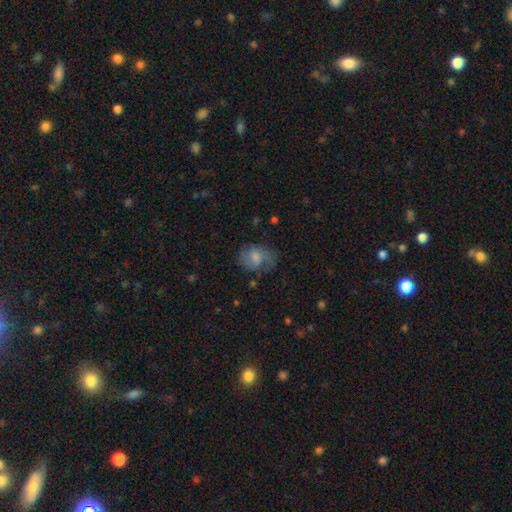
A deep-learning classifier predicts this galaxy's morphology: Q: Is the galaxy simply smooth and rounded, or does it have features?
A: featured or disk — 44%.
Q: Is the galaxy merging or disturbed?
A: none — 65%.